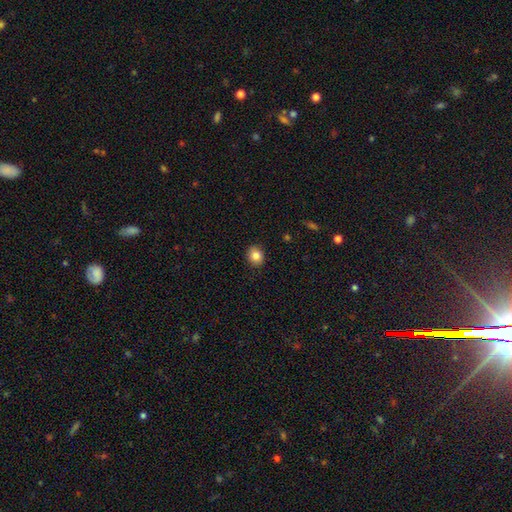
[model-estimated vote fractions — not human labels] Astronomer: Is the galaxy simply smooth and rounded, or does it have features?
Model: smooth — 85%.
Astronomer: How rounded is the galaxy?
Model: round — 69%.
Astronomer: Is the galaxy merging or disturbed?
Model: none — 89%.